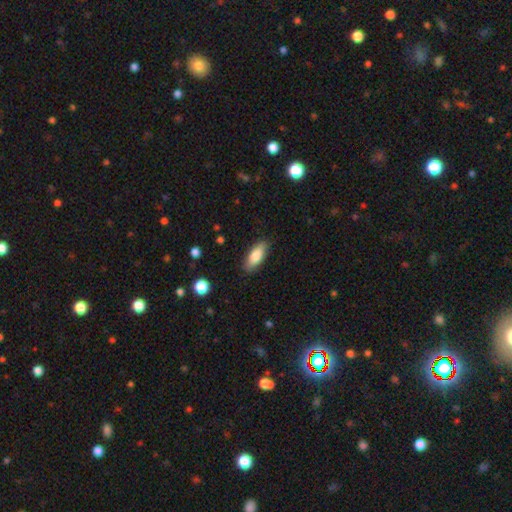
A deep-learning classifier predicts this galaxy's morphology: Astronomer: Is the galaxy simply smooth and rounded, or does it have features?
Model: smooth — 81%.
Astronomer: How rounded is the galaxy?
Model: in between — 78%.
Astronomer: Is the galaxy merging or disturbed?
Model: none — 86%.